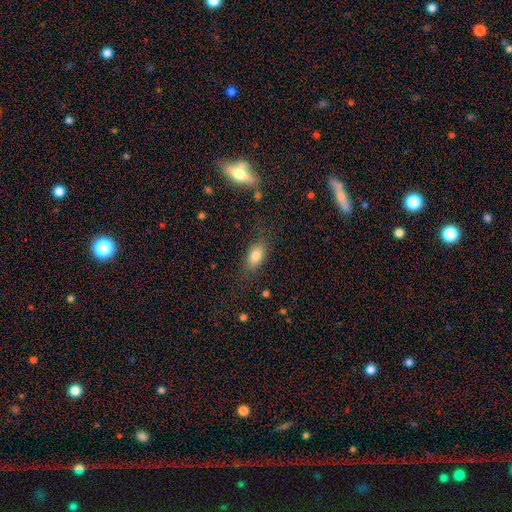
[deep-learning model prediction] smooth_or_featured: smooth (p=0.78) [alt: featured or disk p=0.12]
how_rounded: in between (p=0.85) [alt: round p=0.08]
merging: none (p=0.76) [alt: minor disturbance p=0.15]